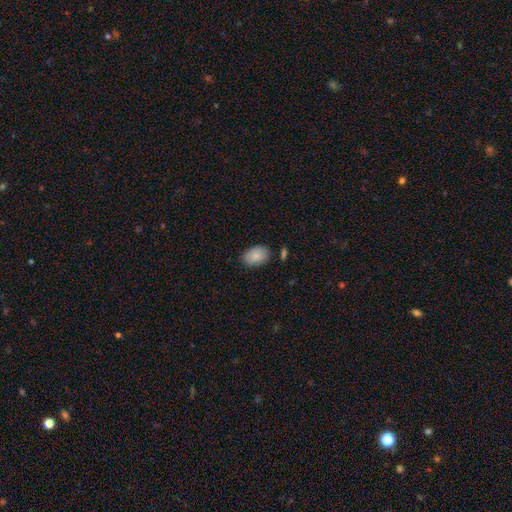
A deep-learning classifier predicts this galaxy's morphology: smooth 87%, featured or disk 7%, star or artifact 6%. Down the decision tree: how rounded — in between (89%); merging — none (80%).